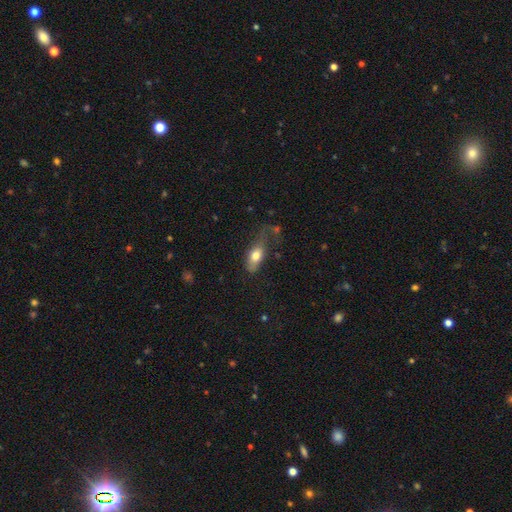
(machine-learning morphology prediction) smooth-or-featured: smooth: 73% | featured or disk: 19% | star or artifact: 7%
  how-rounded: in between: 84% | cigar-shaped: 11% | round: 5%
  merging: none: 35% | minor disturbance: 31% | major disturbance: 29% | merger: 5%